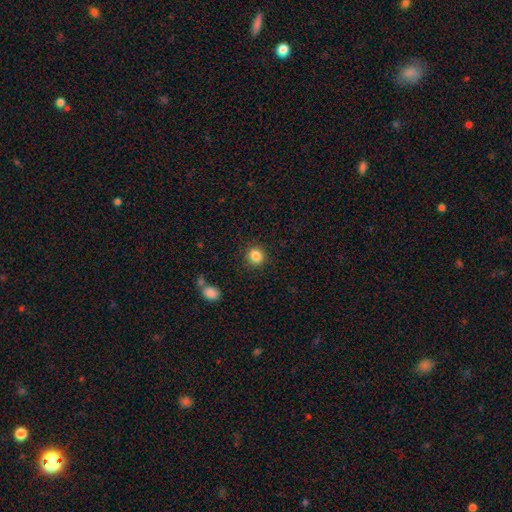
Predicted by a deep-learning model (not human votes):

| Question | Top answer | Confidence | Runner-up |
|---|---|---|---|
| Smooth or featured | smooth | 86% | star or artifact (10%) |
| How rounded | round | 84% | in between (15%) |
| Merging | none | 88% | minor disturbance (8%) |